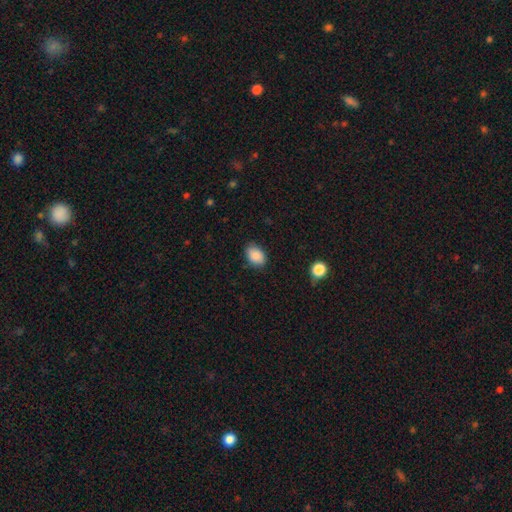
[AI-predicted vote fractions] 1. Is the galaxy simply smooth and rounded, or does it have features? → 89% smooth, 8% star or artifact, 4% featured or disk.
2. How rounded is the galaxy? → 83% in between, 15% round, 1% cigar-shaped.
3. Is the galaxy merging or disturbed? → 82% none, 14% minor disturbance, 3% major disturbance, 1% merger.